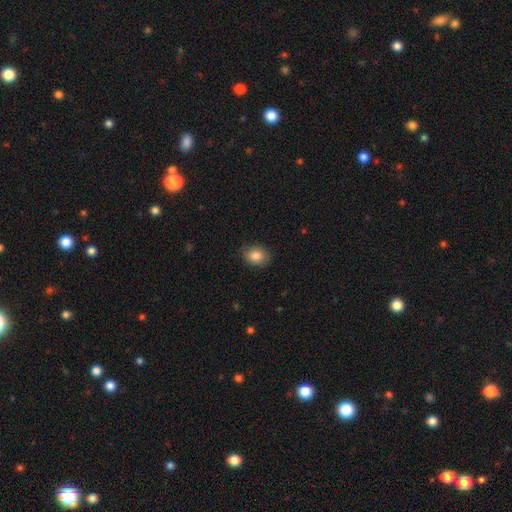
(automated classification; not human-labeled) Smooth or featured?
  - smooth: 84% *
  - star or artifact: 8%
  - featured or disk: 8%
How rounded?
  - in between: 52% *
  - round: 47%
  - cigar-shaped: 1%
Merging?
  - none: 84% *
  - minor disturbance: 12%
  - major disturbance: 3%
  - merger: 1%